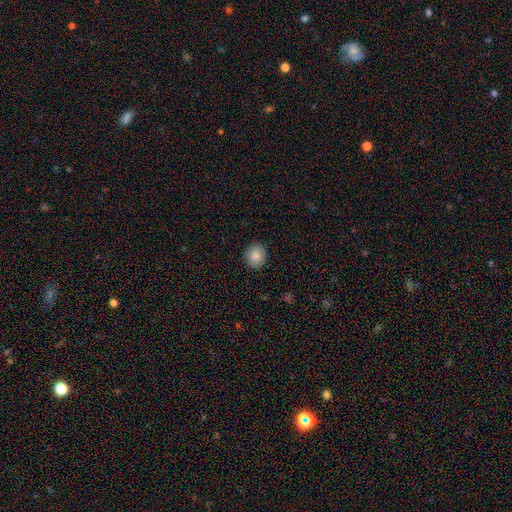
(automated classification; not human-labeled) The model was most divided on "how rounded": round: 84%, in between: 15%, cigar-shaped: 1%. More confident: merging — none (90%); smooth or featured — smooth (86%).